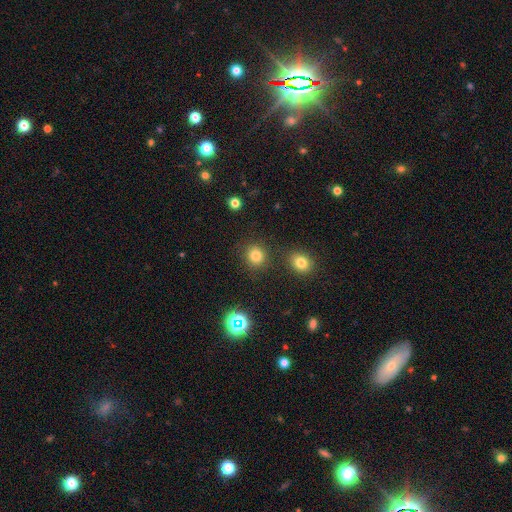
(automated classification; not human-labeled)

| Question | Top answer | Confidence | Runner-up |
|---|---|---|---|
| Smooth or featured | smooth | 80% | star or artifact (14%) |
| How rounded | round | 88% | in between (11%) |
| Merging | none | 86% | minor disturbance (7%) |